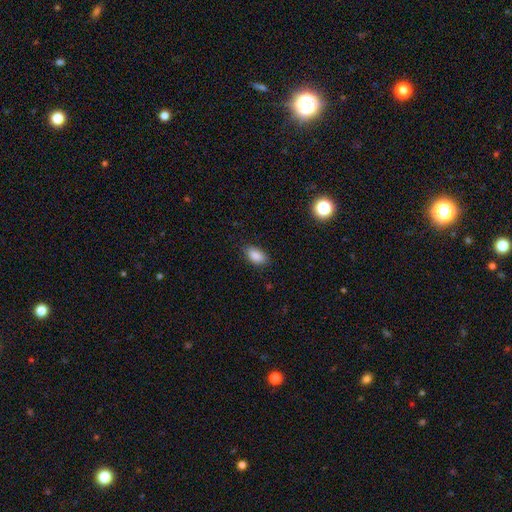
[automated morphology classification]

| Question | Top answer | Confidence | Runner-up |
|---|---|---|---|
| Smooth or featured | smooth | 88% | star or artifact (8%) |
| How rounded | in between | 92% | round (5%) |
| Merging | none | 85% | minor disturbance (11%) |